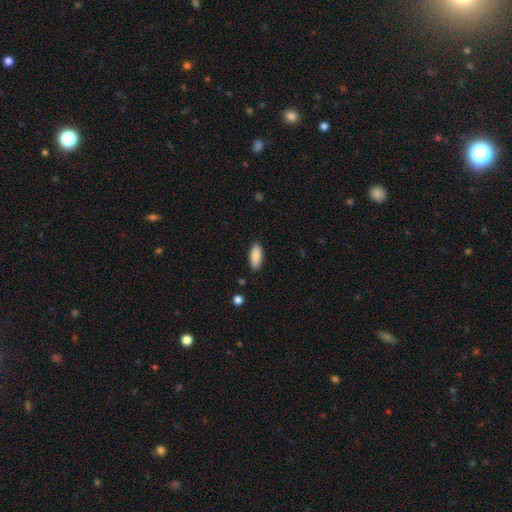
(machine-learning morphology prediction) Smooth or featured? Predicted: smooth (p=0.88). How rounded? Predicted: in between (p=0.78). Merging? Predicted: none (p=0.88).